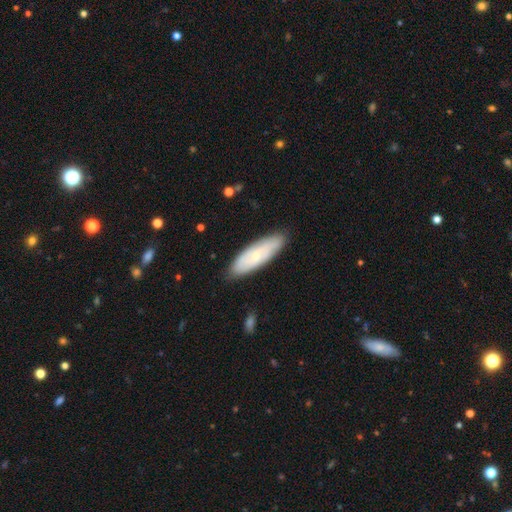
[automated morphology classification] Overall: smooth (57%; featured or disk 37%). How rounded: in between (53%; cigar-shaped 45%). Merging: none (84%).